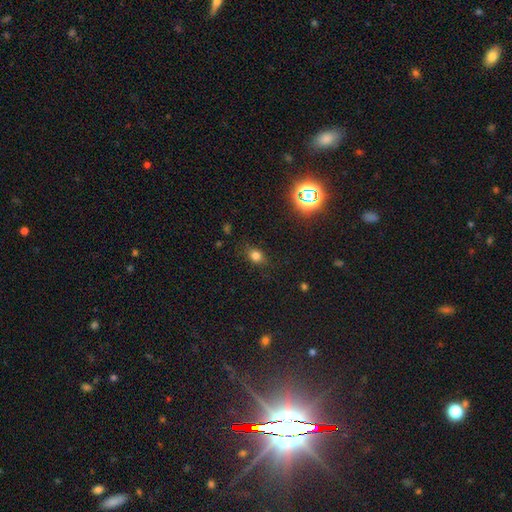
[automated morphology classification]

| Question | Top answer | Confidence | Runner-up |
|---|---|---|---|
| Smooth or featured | smooth | 74% | star or artifact (18%) |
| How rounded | in between | 57% | round (40%) |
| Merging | none | 79% | minor disturbance (15%) |